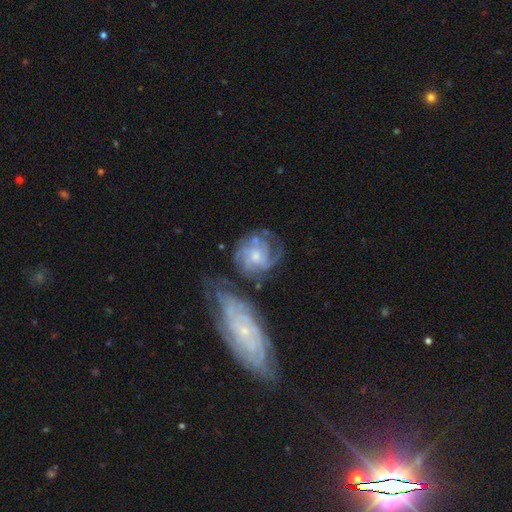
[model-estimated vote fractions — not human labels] Smooth or featured: featured or disk — 79% (smooth — 15%)
Edge-on disk: no — 97% (yes — 3%)
Bar: no — 70% (weak — 26%)
Spiral arms: yes — 91% (no — 9%)
Spiral winding: tight — 54% (medium — 34%)
Spiral arm count: can't tell — 36% (3 — 23%)
Bulge size: moderate — 44% (small — 43%)
Merging: none — 45% (merger — 20%)